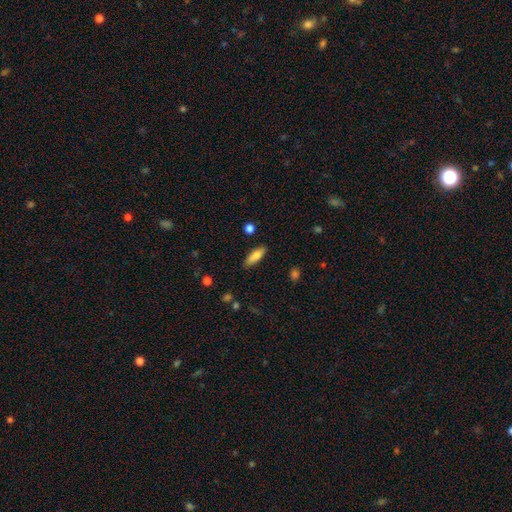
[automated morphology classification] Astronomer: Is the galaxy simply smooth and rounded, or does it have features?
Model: smooth — 81%.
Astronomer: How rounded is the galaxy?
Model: in between — 57% (runner-up: cigar-shaped, 41%).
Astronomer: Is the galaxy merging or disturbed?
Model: none — 85%.